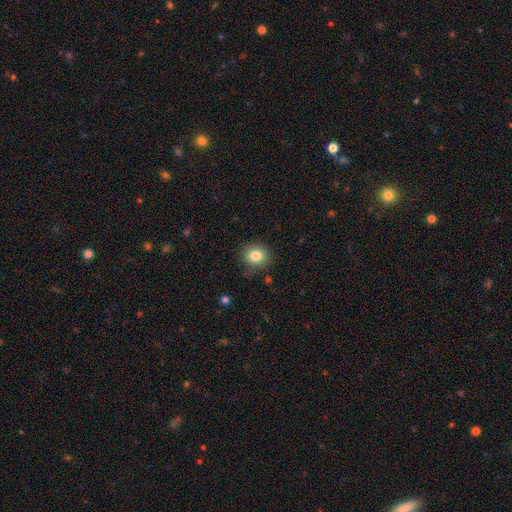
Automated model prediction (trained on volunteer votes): Smooth or featured?
  - smooth: 83% *
  - star or artifact: 11%
  - featured or disk: 7%
How rounded?
  - round: 80% *
  - in between: 19%
  - cigar-shaped: 1%
Merging?
  - none: 83% *
  - minor disturbance: 13%
  - major disturbance: 3%
  - merger: 1%